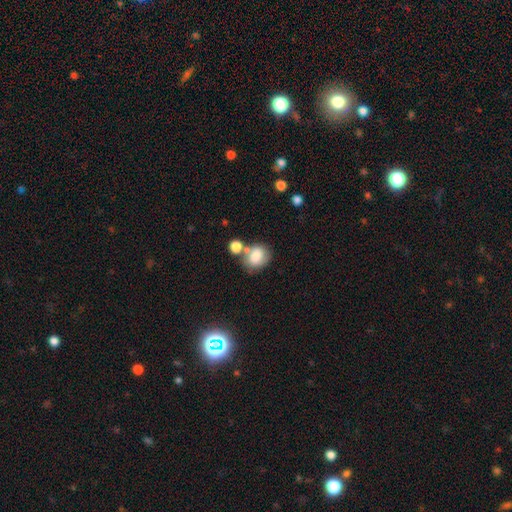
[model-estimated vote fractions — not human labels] Morphology: type=smooth (79%); roundness=round (58%); merging=none (48%).